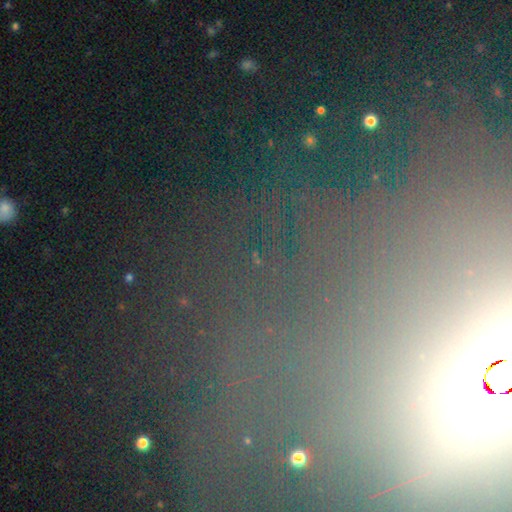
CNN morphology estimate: This is likely a star or artifact rather than a galaxy (72%).